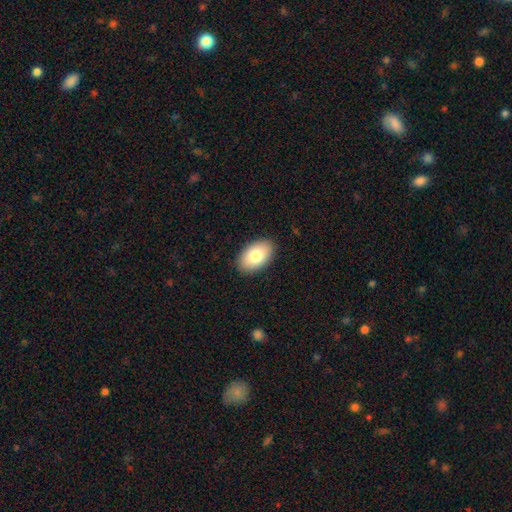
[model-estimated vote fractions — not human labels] Q: Smooth or featured?
A: smooth (79%); runner-up: featured or disk (14%)
Q: How rounded?
A: in between (92%); runner-up: round (7%)
Q: Merging?
A: none (89%); runner-up: minor disturbance (9%)